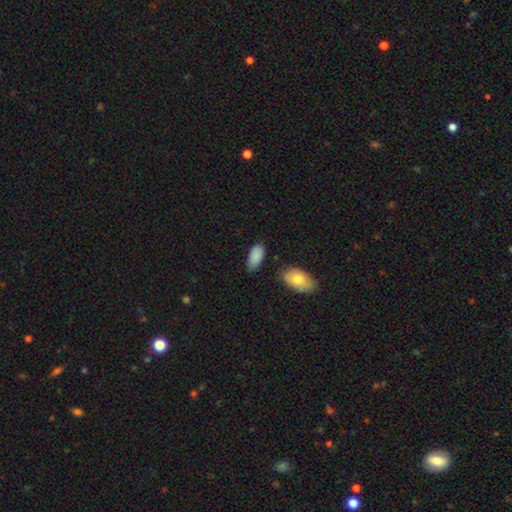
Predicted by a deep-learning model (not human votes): Smooth or featured? smooth (87%)
How rounded? in between (94%)
Merging? none (66%)